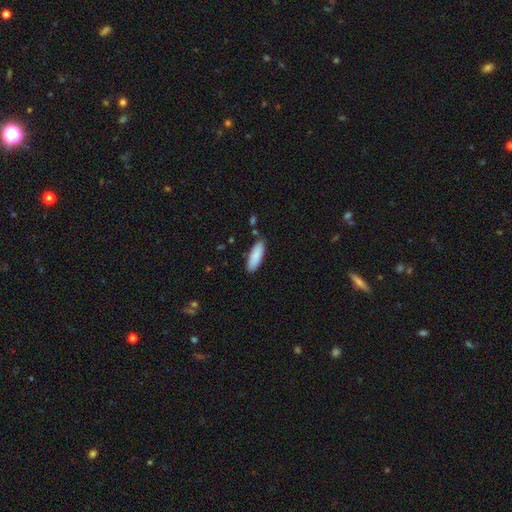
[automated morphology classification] smooth 88%, featured or disk 6%, star or artifact 6%. Down the decision tree: how rounded — in between (63%); merging — none (81%).